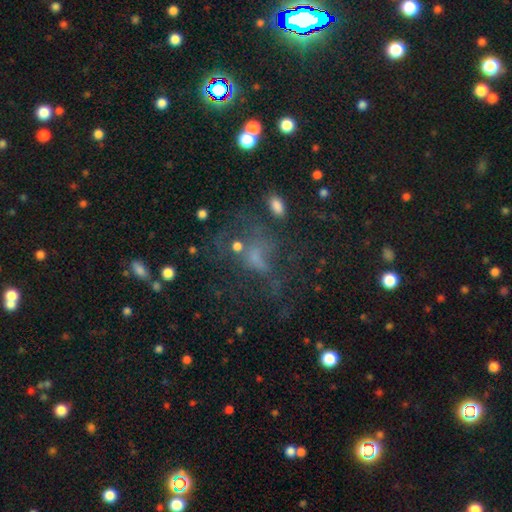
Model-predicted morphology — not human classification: This appears to be a featured or disk galaxy (37%). Merging: none (38%).